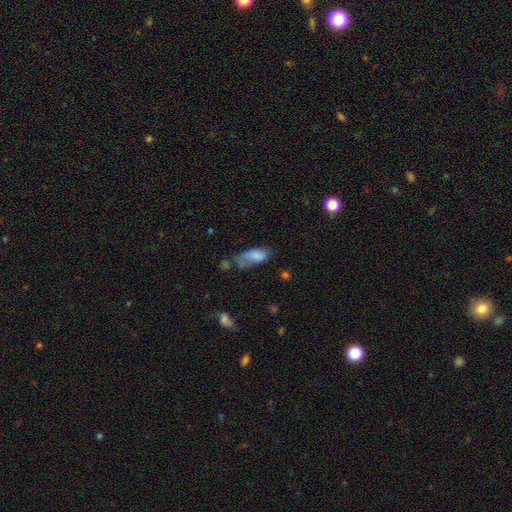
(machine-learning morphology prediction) Smooth or featured? smooth (76%)
How rounded? in between (85%)
Merging? major disturbance (31%, tied with minor disturbance)